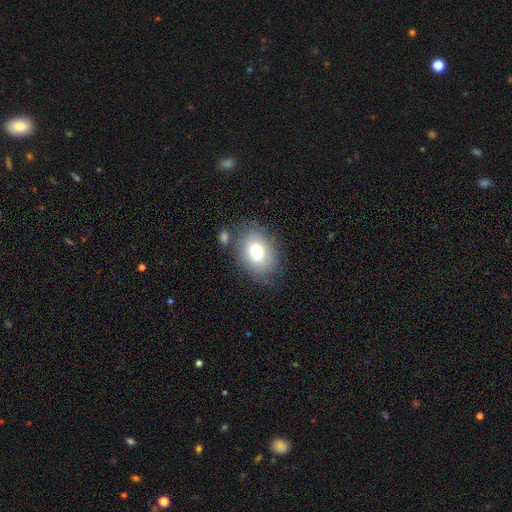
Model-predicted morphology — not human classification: Smooth or featured: smooth — 75% (featured or disk — 18%)
How rounded: in between — 75% (round — 24%)
Merging: none — 70% (minor disturbance — 18%)